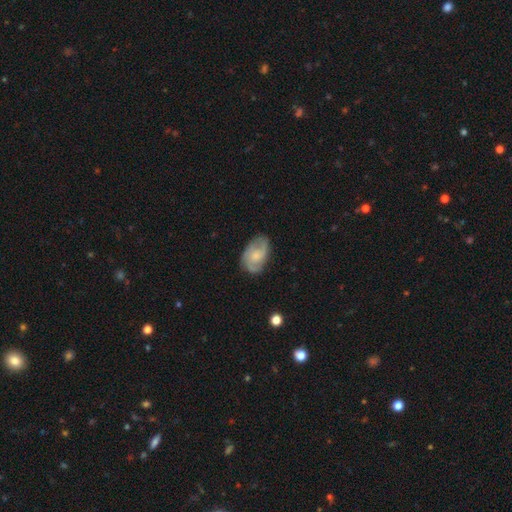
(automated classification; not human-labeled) Smooth or featured? featured or disk (63%)
Edge-on disk? no (97%)
Bar? no (66%)
Spiral arms? yes (89%)
Spiral winding? medium (48%)
Spiral arm count? 2 (57%)
Bulge size? moderate (33%)
Merging? none (70%)